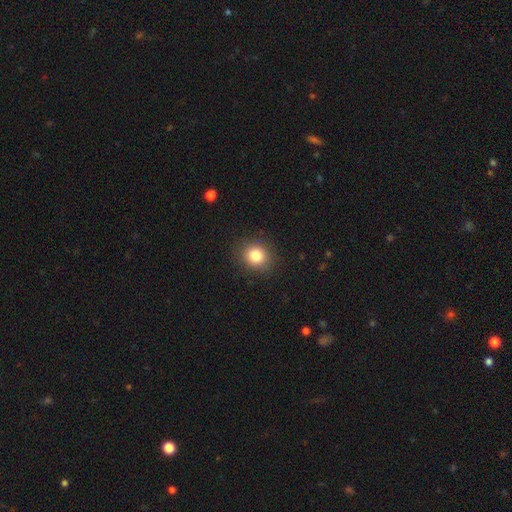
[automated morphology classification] Smooth or featured: smooth — 83% (star or artifact — 11%)
How rounded: round — 74% (in between — 25%)
Merging: none — 89% (minor disturbance — 8%)